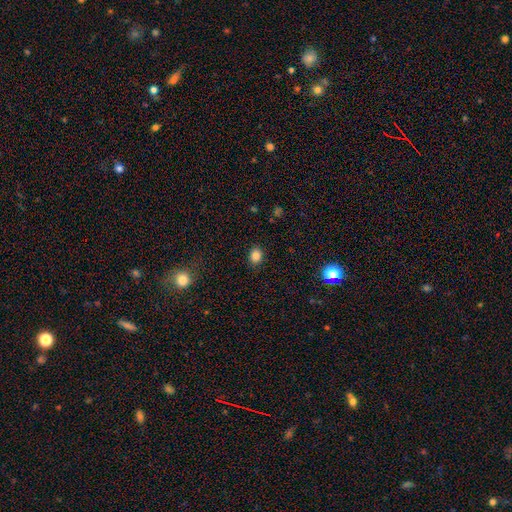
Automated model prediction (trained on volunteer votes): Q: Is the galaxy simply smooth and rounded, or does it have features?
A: smooth — 84%.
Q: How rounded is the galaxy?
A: round — 52%.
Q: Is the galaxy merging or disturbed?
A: none — 87%.